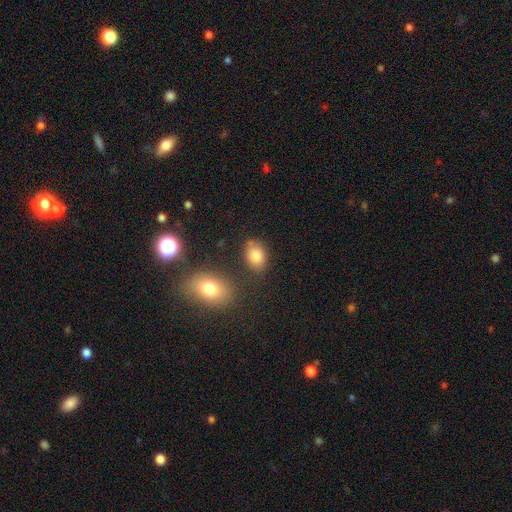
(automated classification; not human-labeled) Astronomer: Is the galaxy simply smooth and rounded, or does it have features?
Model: smooth — 81%.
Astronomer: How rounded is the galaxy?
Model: in between — 80%.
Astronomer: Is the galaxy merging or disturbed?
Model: none — 75%.